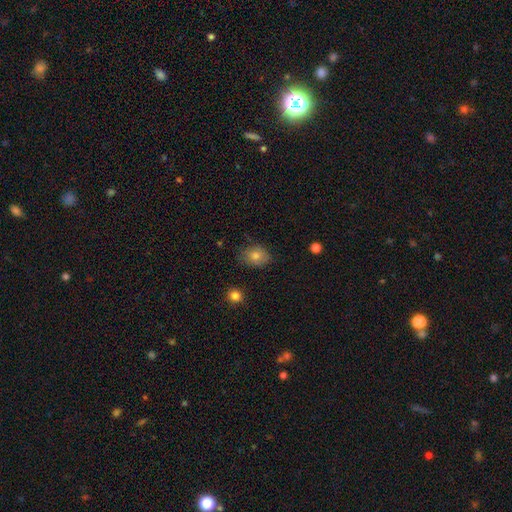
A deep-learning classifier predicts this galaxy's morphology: A smooth galaxy with no disk features (76%) that is in between round and cigar-shaped (51%).

Vote fractions:
- Smooth or featured? smooth: 76% / featured or disk: 12% / star or artifact: 12%
- How rounded? in between: 51% / round: 48% / cigar-shaped: 1%
- Merging? none: 78% / minor disturbance: 17% / major disturbance: 4% / merger: 1%